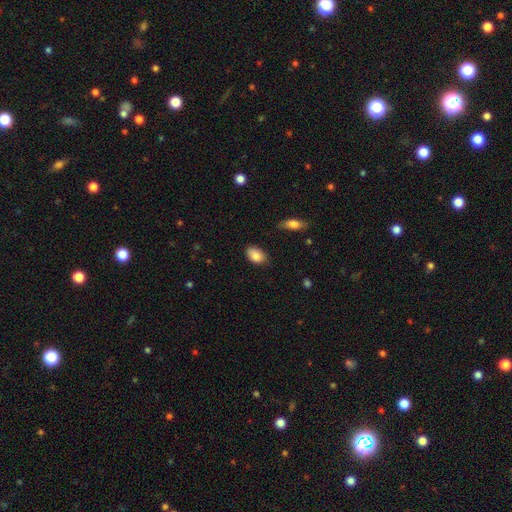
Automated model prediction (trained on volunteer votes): smooth-or-featured: smooth: 86% | star or artifact: 7% | featured or disk: 6%
  how-rounded: in between: 87% | round: 11% | cigar-shaped: 1%
  merging: none: 80% | minor disturbance: 15% | major disturbance: 3% | merger: 1%